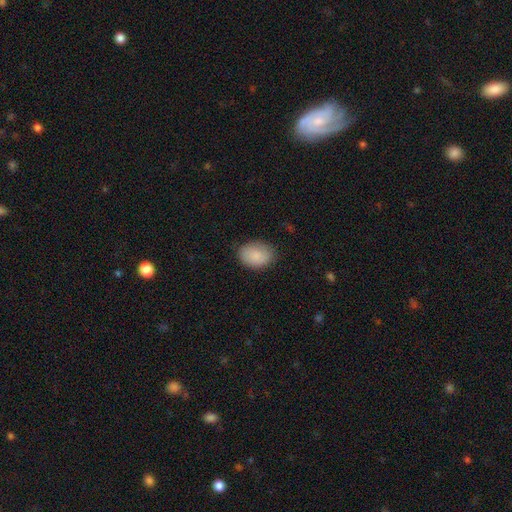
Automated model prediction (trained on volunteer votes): Smooth or featured? smooth (86%)
How rounded? in between (77%)
Merging? none (81%)